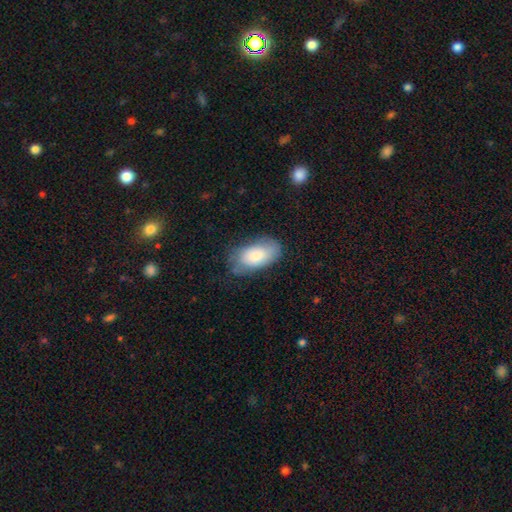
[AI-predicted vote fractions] This appears to be a smooth galaxy with no disk features (73%) that is in between round and cigar-shaped (93%). Merging: none (60%).